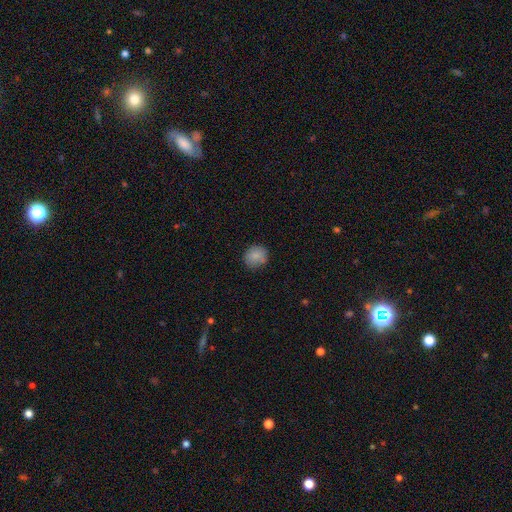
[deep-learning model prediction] smooth_or_featured: smooth (p=0.84) [alt: star or artifact p=0.09]
how_rounded: round (p=0.86) [alt: in between p=0.13]
merging: none (p=0.80) [alt: minor disturbance p=0.15]